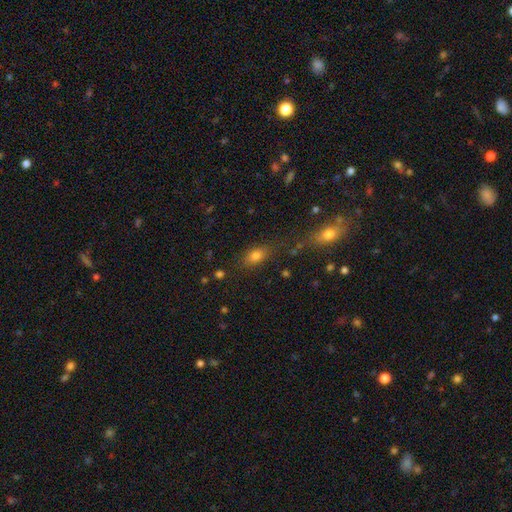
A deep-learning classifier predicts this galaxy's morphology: Smooth or featured? smooth (76%)
How rounded? in between (77%)
Merging? none (73%)